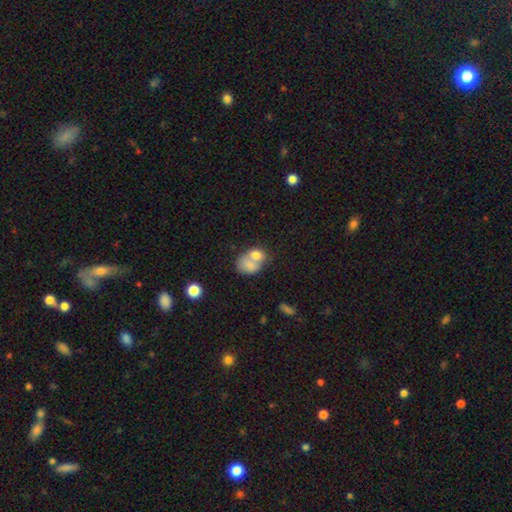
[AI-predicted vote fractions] smooth_or_featured: smooth (p=0.73) [alt: featured or disk p=0.19]
how_rounded: in between (p=0.61) [alt: round p=0.37]
merging: merger (p=0.67) [alt: none p=0.19]